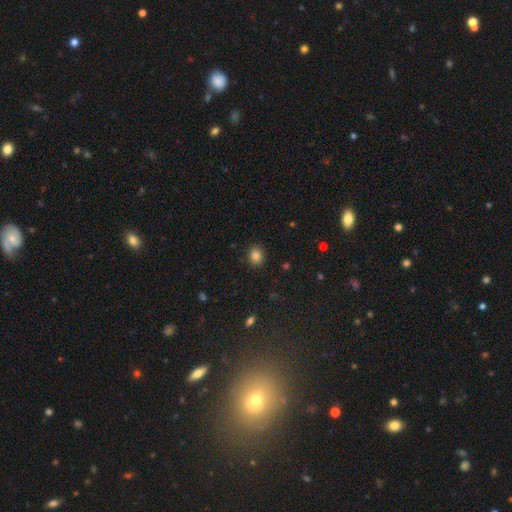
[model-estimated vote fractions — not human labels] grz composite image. It shows a smooth galaxy with no disk features (85%) that is round (64%). Merging: none (90%).